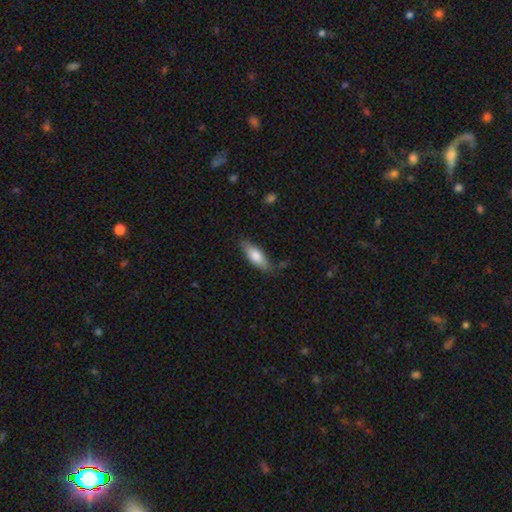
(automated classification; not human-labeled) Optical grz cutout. It shows a smooth galaxy with no disk features (76%) that is in between round and cigar-shaped (60%). Merging: none (79%).